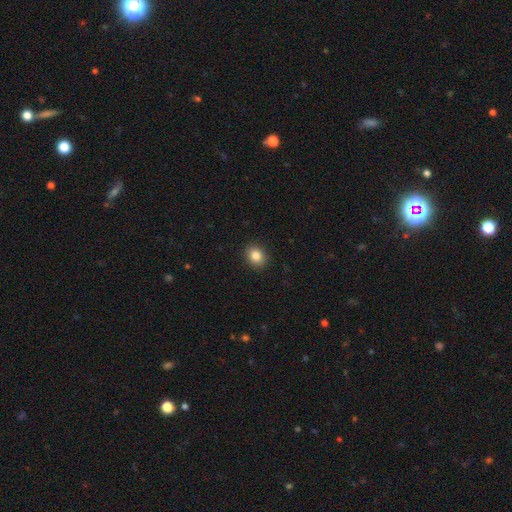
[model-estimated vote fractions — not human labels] This appears to be a smooth galaxy with no disk features (84%) that is round (61%). Merging: none (91%).